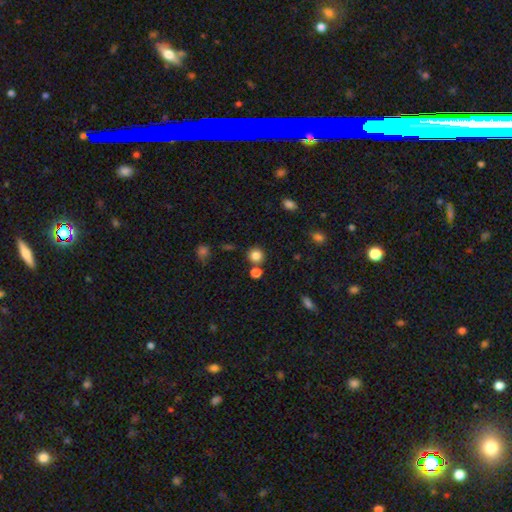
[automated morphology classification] The model was most divided on "merging": none: 79%, merger: 11%, minor disturbance: 8%, major disturbance: 3%. More confident: how rounded — round (90%); smooth or featured — smooth (83%).